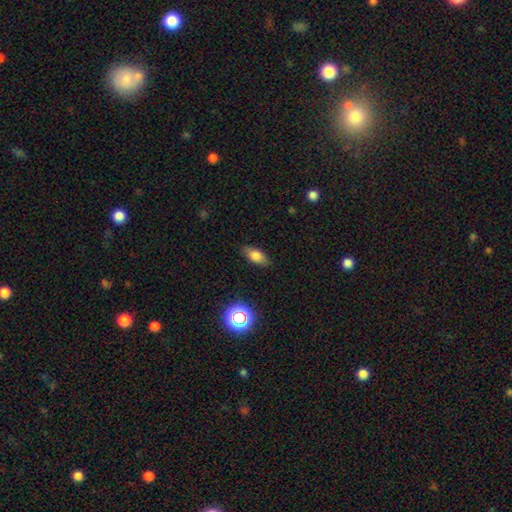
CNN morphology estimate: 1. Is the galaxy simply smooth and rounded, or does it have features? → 76% smooth, 12% featured or disk, 11% star or artifact.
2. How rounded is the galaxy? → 82% in between, 11% cigar-shaped, 7% round.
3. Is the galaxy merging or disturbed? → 84% none, 12% minor disturbance, 3% major disturbance, 1% merger.